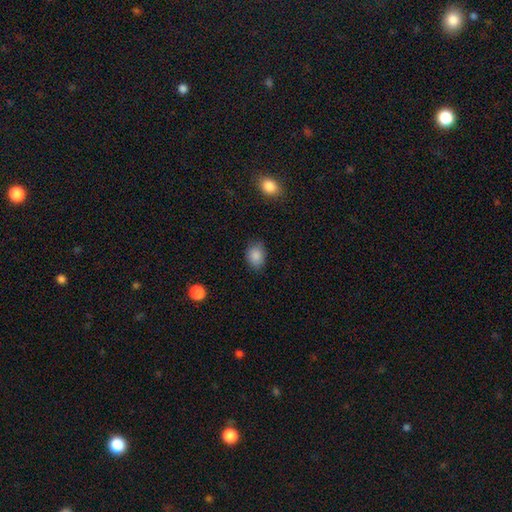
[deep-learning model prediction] smooth 87%, star or artifact 9%, featured or disk 4%. Down the decision tree: how rounded — in between (65%); merging — none (78%).